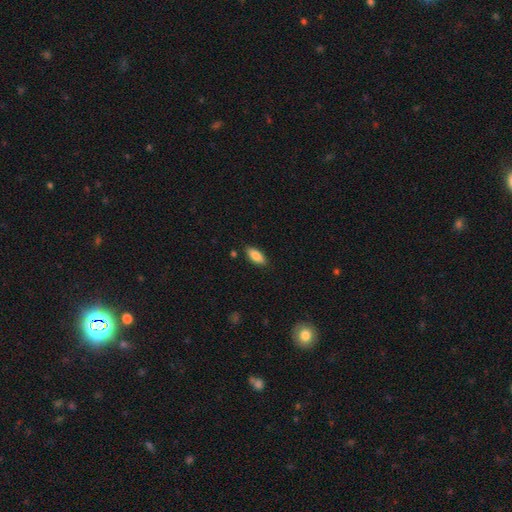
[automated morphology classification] Smooth or featured? Predicted: smooth (p=0.87). How rounded? Predicted: in between (p=0.85). Merging? Predicted: none (p=0.85).